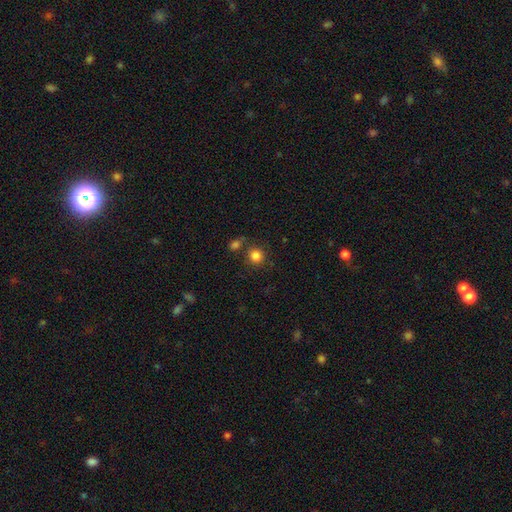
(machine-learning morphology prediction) A smooth galaxy with no disk features (84%) that is round (90%).

Vote fractions:
- Smooth or featured? smooth: 84% / star or artifact: 11% / featured or disk: 6%
- How rounded? round: 90% / in between: 9% / cigar-shaped: 1%
- Merging? none: 72% / merger: 14% / minor disturbance: 10% / major disturbance: 4%